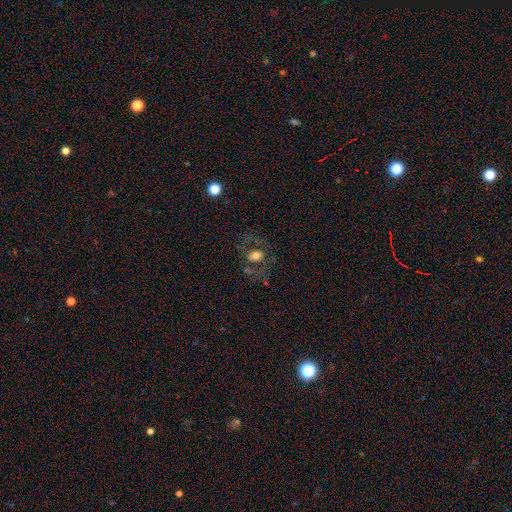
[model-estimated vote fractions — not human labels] Smooth or featured? Predicted: smooth (p=0.48). Merging? Predicted: none (p=0.65).